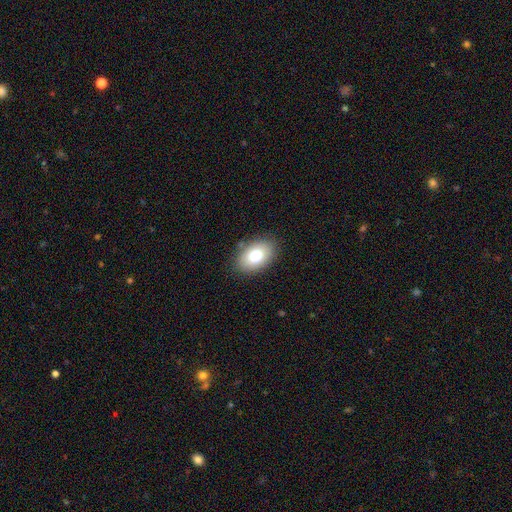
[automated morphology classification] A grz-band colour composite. It shows a smooth galaxy with no disk features (75%) that is in between round and cigar-shaped (86%). Merging: none (85%).